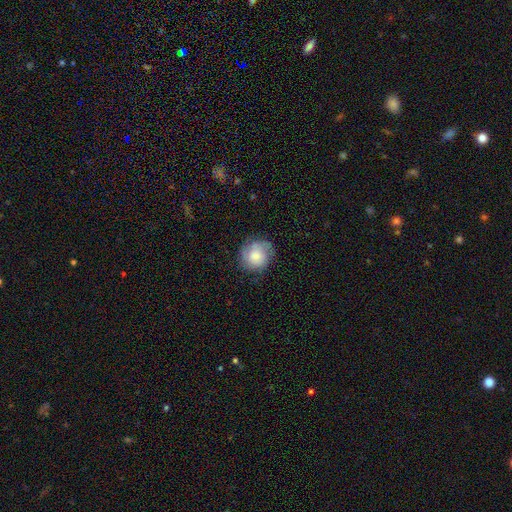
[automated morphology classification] Smooth or featured? smooth (62%)
How rounded? round (85%)
Merging? none (68%)